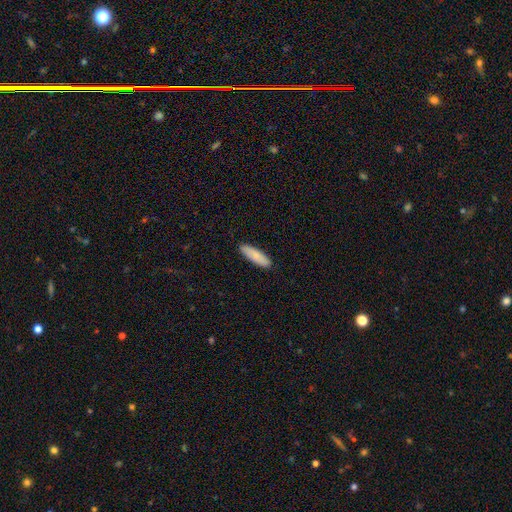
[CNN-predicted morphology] Smooth or featured: smooth — 82% (featured or disk — 12%)
How rounded: cigar-shaped — 59% (in between — 39%)
Merging: none — 90% (minor disturbance — 7%)